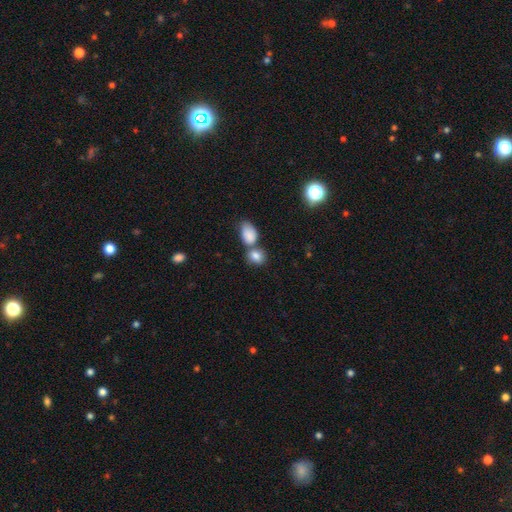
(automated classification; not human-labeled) A smooth galaxy with no disk features (84%) that is in between round and cigar-shaped (59%). Merging: merger (48%).